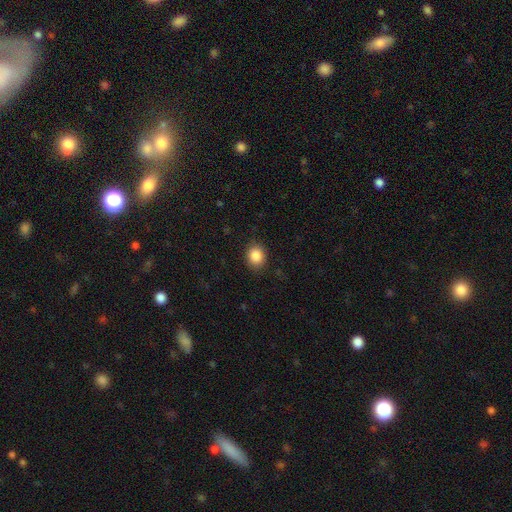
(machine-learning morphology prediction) smooth 87%, star or artifact 9%, featured or disk 4%. Down the decision tree: how rounded — round (64%); merging — none (87%).